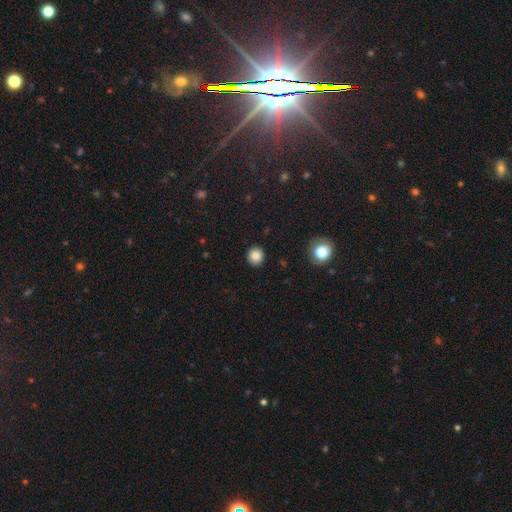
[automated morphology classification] Smooth or featured? smooth (86%)
How rounded? round (88%)
Merging? none (91%)